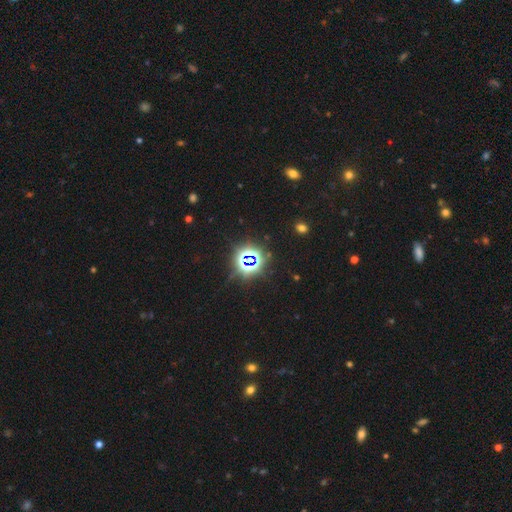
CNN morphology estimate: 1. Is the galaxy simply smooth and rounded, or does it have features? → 79% star or artifact, 14% smooth, 7% featured or disk.